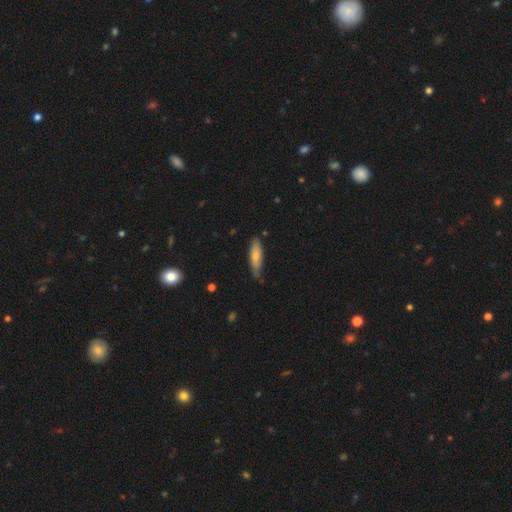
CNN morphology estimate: Smooth or featured: smooth — 72% (featured or disk — 22%)
How rounded: cigar-shaped — 61% (in between — 38%)
Merging: none — 69% (minor disturbance — 25%)